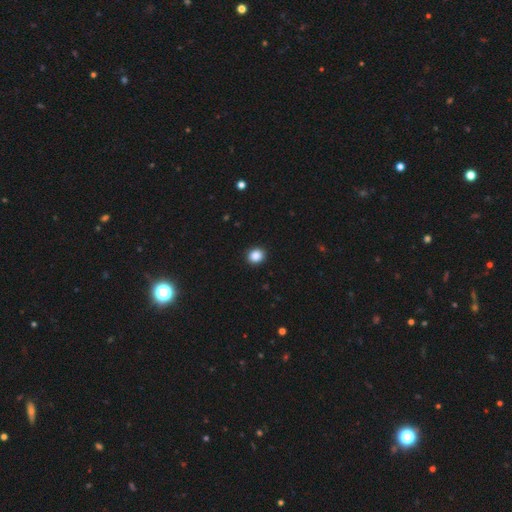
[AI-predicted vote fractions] A smooth galaxy with no disk features (88%) that is round (79%).

Vote fractions:
- Smooth or featured? smooth: 88% / star or artifact: 10% / featured or disk: 2%
- How rounded? round: 79% / in between: 20% / cigar-shaped: 1%
- Merging? none: 91% / minor disturbance: 6% / major disturbance: 2% / merger: 1%